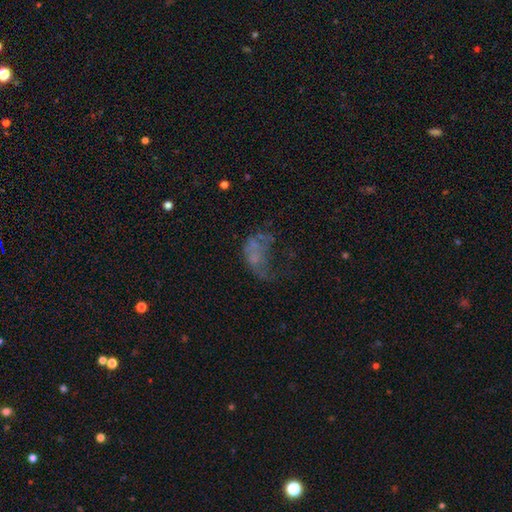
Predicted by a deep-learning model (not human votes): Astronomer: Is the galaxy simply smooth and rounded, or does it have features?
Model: featured or disk — 45% (runner-up: smooth, 34%).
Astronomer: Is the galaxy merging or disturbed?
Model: major disturbance — 52%.